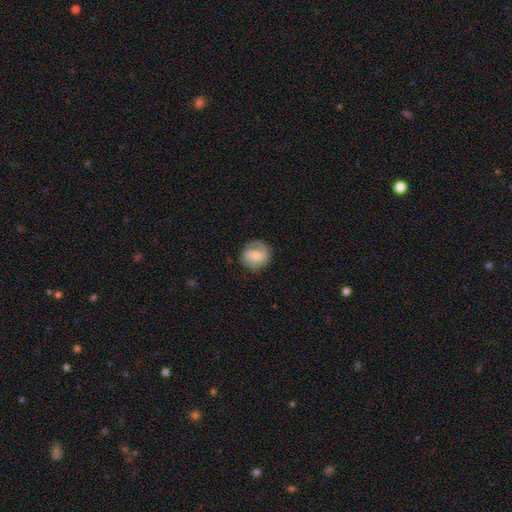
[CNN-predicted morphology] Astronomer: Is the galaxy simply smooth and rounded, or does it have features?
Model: featured or disk — 48% (runner-up: smooth, 45%).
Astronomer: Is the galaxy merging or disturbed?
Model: none — 69%.